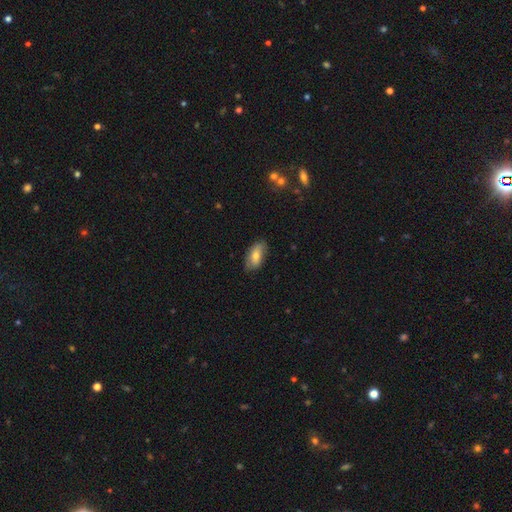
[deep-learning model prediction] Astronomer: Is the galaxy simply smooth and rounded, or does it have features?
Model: smooth — 67%.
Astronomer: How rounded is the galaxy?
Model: in between — 89%.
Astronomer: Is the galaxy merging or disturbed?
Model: none — 75%.